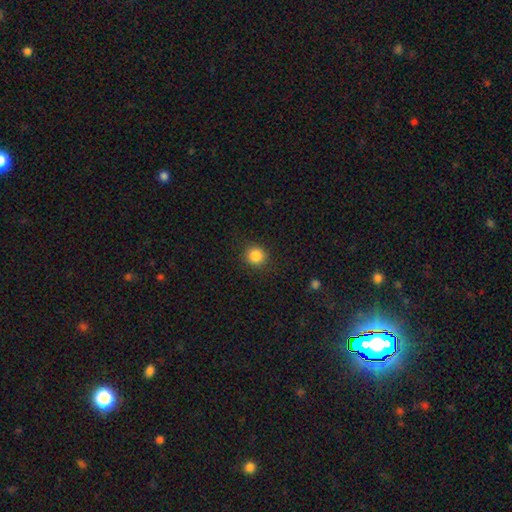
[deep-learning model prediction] smooth_or_featured: smooth (p=0.86) [alt: star or artifact p=0.10]
how_rounded: round (p=0.91) [alt: in between p=0.09]
merging: none (p=0.90) [alt: minor disturbance p=0.07]